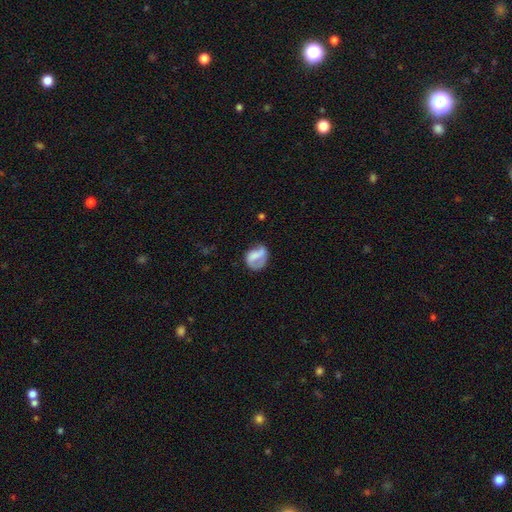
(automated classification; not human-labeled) The model was most divided on "how rounded": round: 51%, in between: 47%, cigar-shaped: 2%. Remaining: smooth or featured — smooth (56%); merging — none (42%).